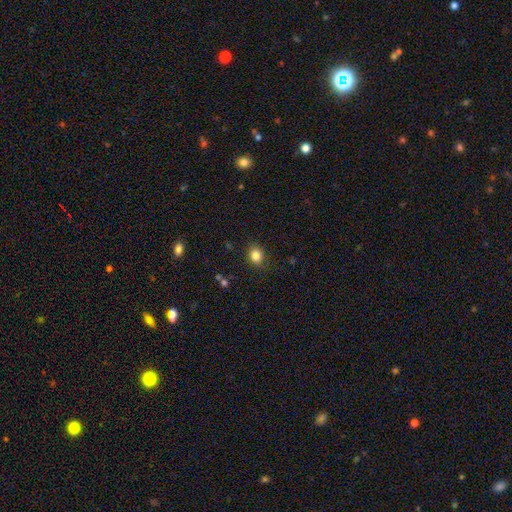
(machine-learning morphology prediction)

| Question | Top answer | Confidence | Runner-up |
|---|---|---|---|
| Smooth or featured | smooth | 84% | star or artifact (10%) |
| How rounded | round | 58% | in between (41%) |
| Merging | none | 80% | minor disturbance (15%) |